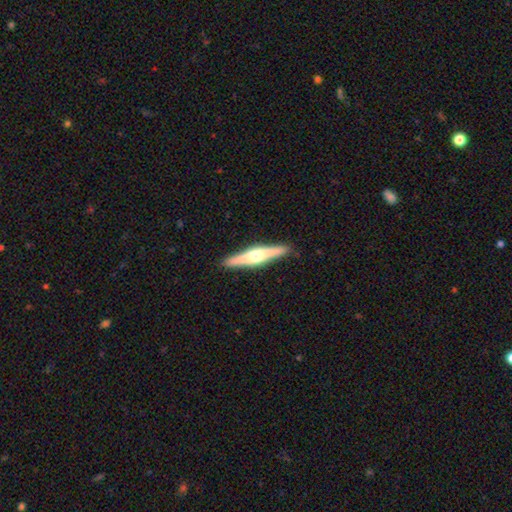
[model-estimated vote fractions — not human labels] smooth-or-featured: featured or disk: 71% | smooth: 24% | star or artifact: 5%
  disk-edge-on: yes: 97% | no: 3%
    edge-on-bulge: rounded: 92% | boxy: 5% | none: 3%
  merging: none: 91% | minor disturbance: 6% | major disturbance: 1% | merger: 1%